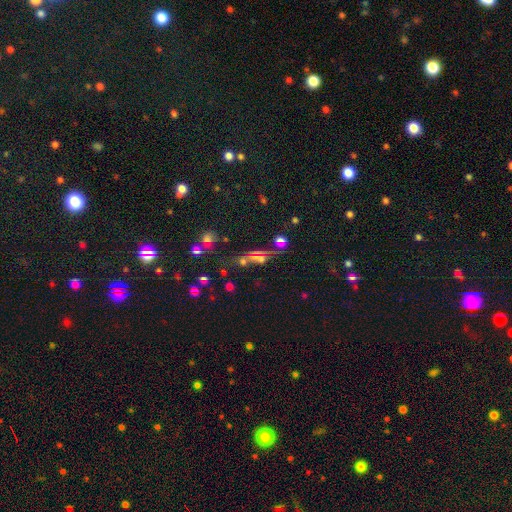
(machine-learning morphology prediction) Smooth or featured: star or artifact — 47% (smooth — 33%)